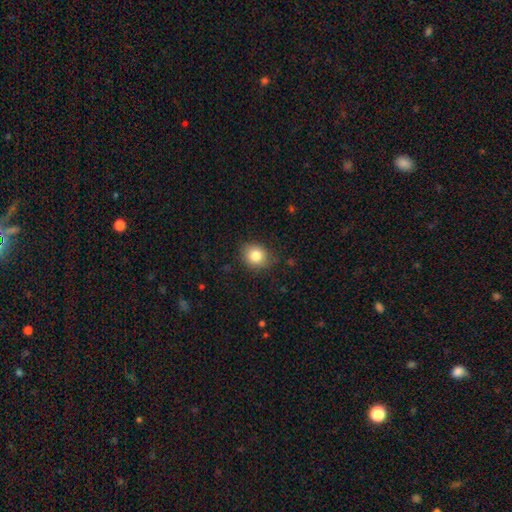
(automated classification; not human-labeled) smooth_or_featured: smooth (p=0.82) [alt: star or artifact p=0.10]
how_rounded: round (p=0.70) [alt: in between p=0.29]
merging: none (p=0.81) [alt: minor disturbance p=0.14]